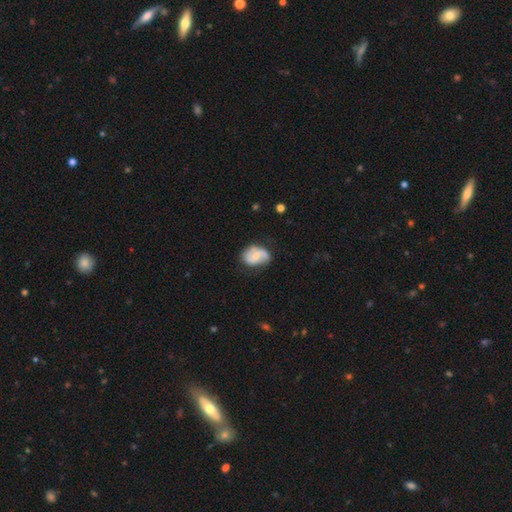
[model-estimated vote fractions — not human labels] smooth-or-featured: featured or disk: 56% | smooth: 37% | star or artifact: 7%
  disk-edge-on: no: 97% | yes: 3%
    bar: no: 51% | weak: 39% | strong: 10%
    has-spiral-arms: yes: 84% | no: 16%
    bulge-size: small: 48% | moderate: 41% | none: 7% | large: 2% | dominant: 1%
  merging: none: 59% | minor disturbance: 29% | major disturbance: 10% | merger: 2%